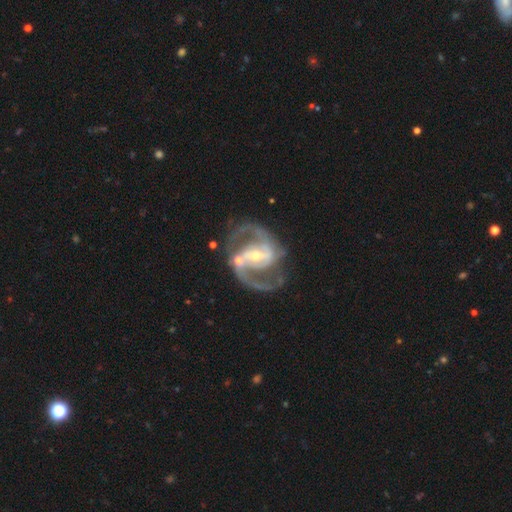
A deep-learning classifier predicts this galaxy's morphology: A featured or disk galaxy (91%) with a strong bar (45%), 2 (89%) medium (62%) spiral arms (97%) and a small central bulge (55%).

Vote fractions:
- Smooth or featured? featured or disk: 91% / star or artifact: 5% / smooth: 4%
- Edge-on disk? no: 98% / yes: 2%
- Bar? strong: 45% / weak: 38% / no: 17%
- Spiral arms? yes: 97% / no: 3%
- Spiral winding? medium: 62% / tight: 20% / loose: 18%
- Spiral arm count? 2: 89% / 3: 4% / can't tell: 3% / 1: 2% / 4: 1% / more than 4: 1%
- Bulge size? small: 55% / moderate: 40% / large: 3% / none: 1% / dominant: 1%
- Merging? none: 67% / minor disturbance: 15% / major disturbance: 10% / merger: 8%